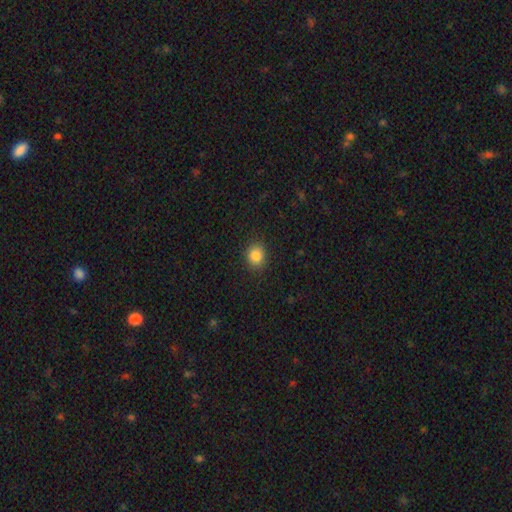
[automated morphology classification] smooth 85%, star or artifact 10%, featured or disk 5%. Down the decision tree: how rounded — round (72%); merging — none (89%).